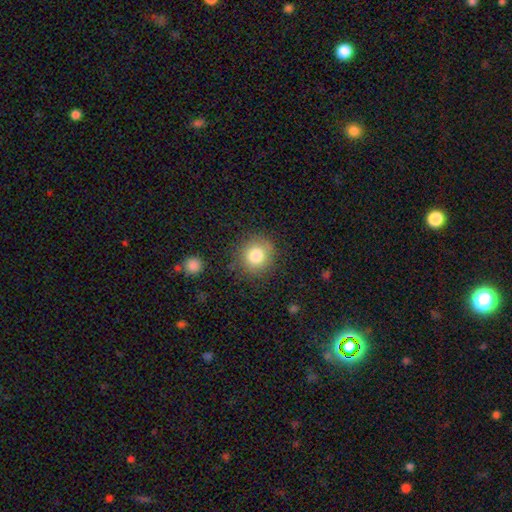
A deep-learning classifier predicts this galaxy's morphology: Smooth or featured?
  - smooth: 81% *
  - star or artifact: 10%
  - featured or disk: 9%
How rounded?
  - round: 89% *
  - in between: 11%
  - cigar-shaped: 1%
Merging?
  - none: 83% *
  - minor disturbance: 11%
  - major disturbance: 4%
  - merger: 2%